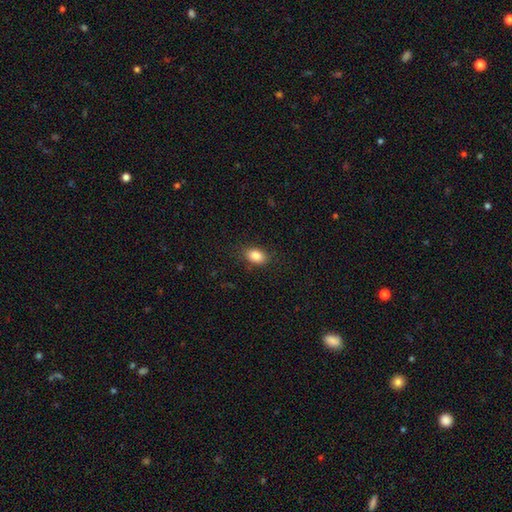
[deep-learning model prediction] Smooth or featured? Predicted: smooth (p=0.85). How rounded? Predicted: in between (p=0.82). Merging? Predicted: none (p=0.85).